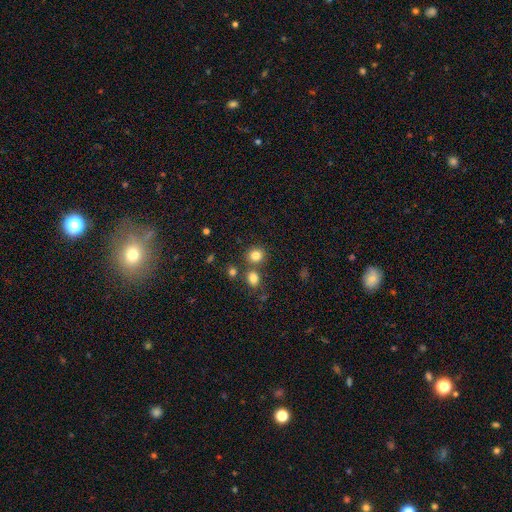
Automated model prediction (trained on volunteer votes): Smooth or featured? Predicted: smooth (p=0.82). How rounded? Predicted: round (p=0.79). Merging? Predicted: none (p=0.69).